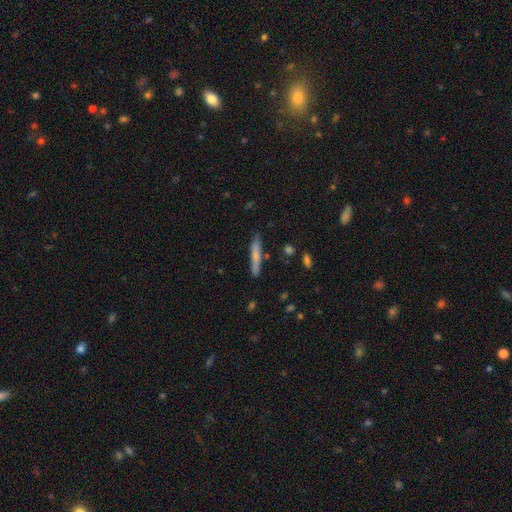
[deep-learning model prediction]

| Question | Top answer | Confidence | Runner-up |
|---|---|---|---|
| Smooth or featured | smooth | 66% | featured or disk (28%) |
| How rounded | cigar-shaped | 93% | in between (5%) |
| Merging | none | 83% | minor disturbance (12%) |